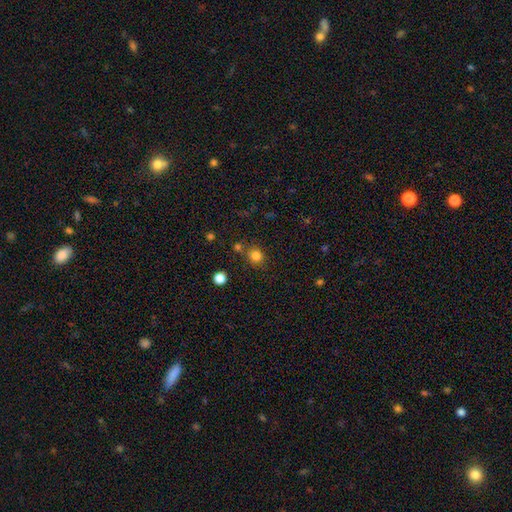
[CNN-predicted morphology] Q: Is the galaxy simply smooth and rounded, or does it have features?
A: smooth — 80%.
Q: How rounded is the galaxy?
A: round — 82%.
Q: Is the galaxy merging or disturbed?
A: none — 73%.